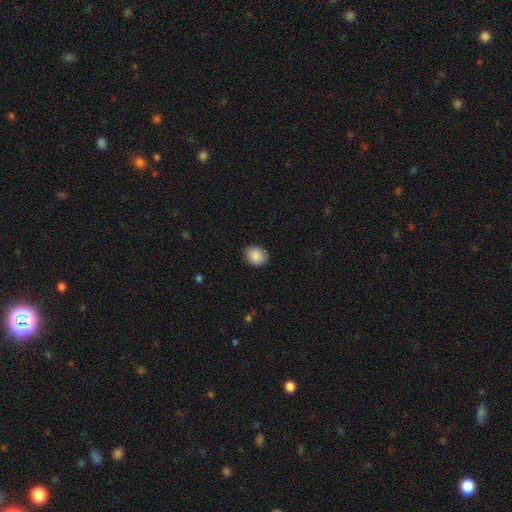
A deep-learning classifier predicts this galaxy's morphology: Overall: smooth (88%). How rounded: round (56%; in between 43%). Merging: none (85%).